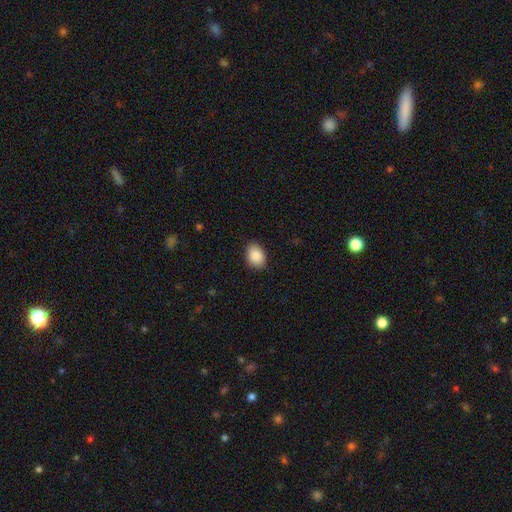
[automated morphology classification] Overall: smooth (89%). How rounded: in between (76%). Merging: none (87%).